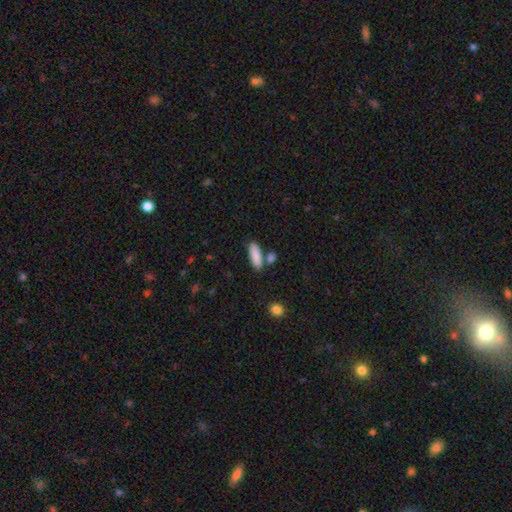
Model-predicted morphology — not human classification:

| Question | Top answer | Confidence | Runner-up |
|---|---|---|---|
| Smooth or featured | smooth | 87% | star or artifact (7%) |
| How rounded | in between | 54% | cigar-shaped (44%) |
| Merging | none | 70% | merger (16%) |